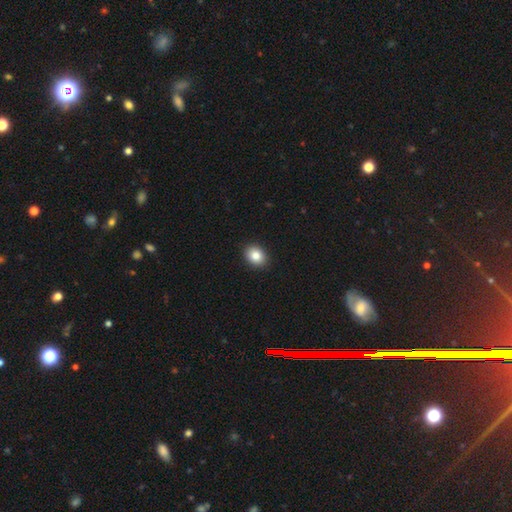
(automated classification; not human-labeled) This appears to be a smooth galaxy with no disk features (83%) that is in between round and cigar-shaped (54%). Merging: none (91%).